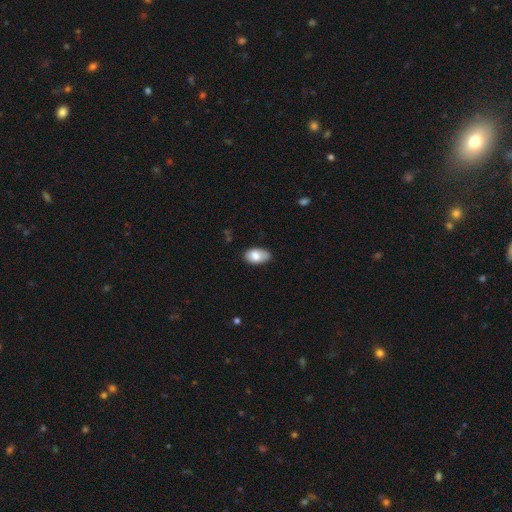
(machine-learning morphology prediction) A smooth galaxy with no disk features (82%) that is in between round and cigar-shaped (93%). Merging: none (72%).